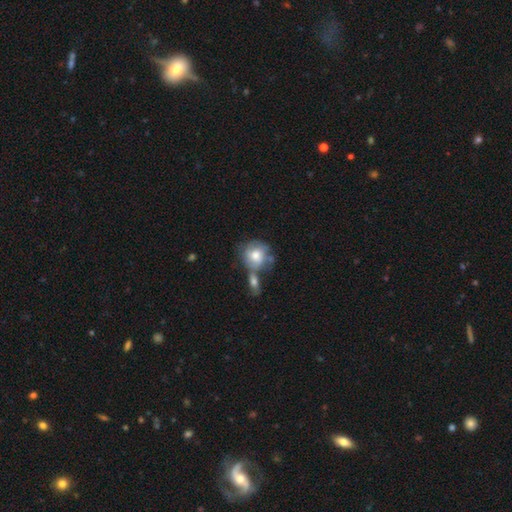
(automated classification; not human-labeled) smooth_or_featured: smooth (p=0.62) [alt: featured or disk p=0.30]
how_rounded: round (p=0.78) [alt: in between p=0.21]
merging: none (p=0.39) [alt: merger p=0.34]